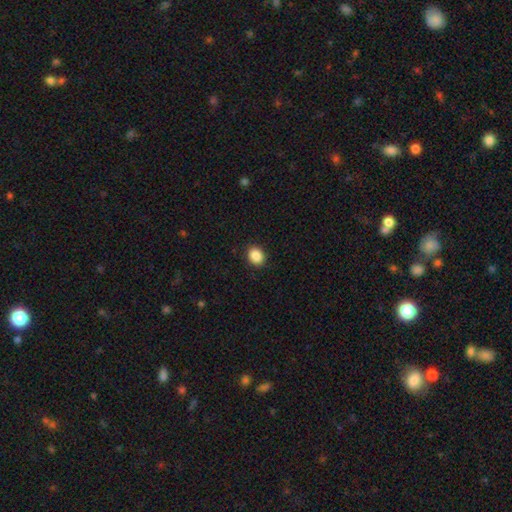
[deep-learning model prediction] Overall: smooth (88%). How rounded: round (57%; in between 42%). Merging: none (90%).